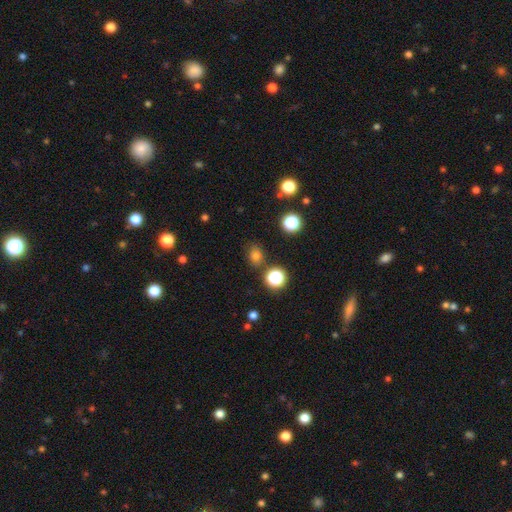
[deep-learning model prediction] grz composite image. It shows a smooth galaxy with no disk features (75%) that is round (59%). Merging: none (81%).